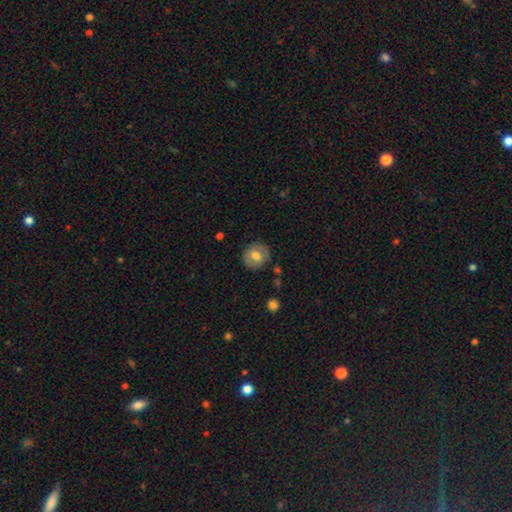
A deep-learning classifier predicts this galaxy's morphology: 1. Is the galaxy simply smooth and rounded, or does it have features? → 67% smooth, 25% featured or disk, 8% star or artifact.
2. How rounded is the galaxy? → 86% round, 13% in between, 1% cigar-shaped.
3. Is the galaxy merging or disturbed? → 86% none, 10% minor disturbance, 2% major disturbance, 2% merger.